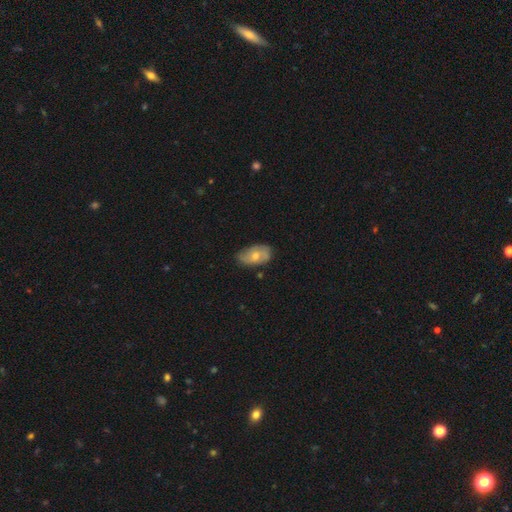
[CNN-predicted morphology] Smooth or featured: smooth — 48% (featured or disk — 46%)
Merging: none — 63% (minor disturbance — 29%)